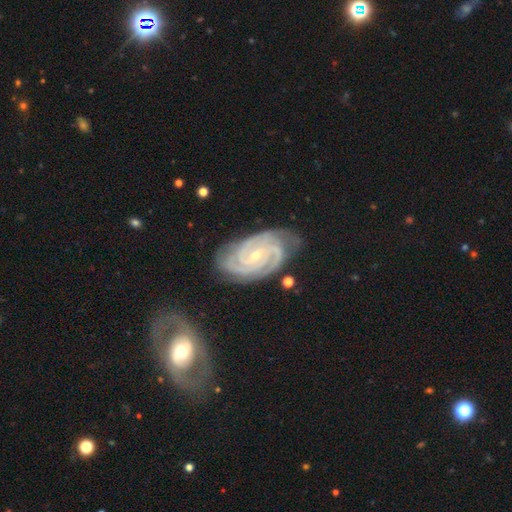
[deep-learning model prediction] Q: Smooth or featured?
A: featured or disk (92%); runner-up: star or artifact (5%)
Q: Edge-on disk?
A: no (97%); runner-up: yes (3%)
Q: Bar?
A: no (49%); runner-up: weak (34%)
Q: Spiral arms?
A: yes (99%); runner-up: no (1%)
Q: Spiral winding?
A: tight (78%); runner-up: medium (20%)
Q: Spiral arm count?
A: 3 (38%); runner-up: 4 (22%)
Q: Bulge size?
A: small (75%); runner-up: moderate (22%)
Q: Merging?
A: none (75%); runner-up: minor disturbance (17%)